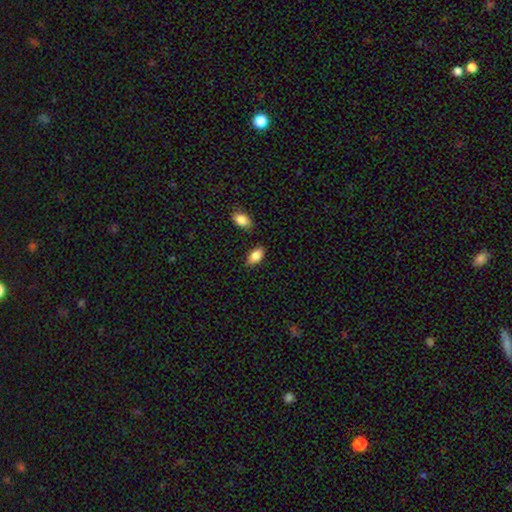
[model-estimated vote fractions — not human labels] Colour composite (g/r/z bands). It shows a smooth galaxy with no disk features (82%) that is in between round and cigar-shaped (90%). Merging: none (78%).